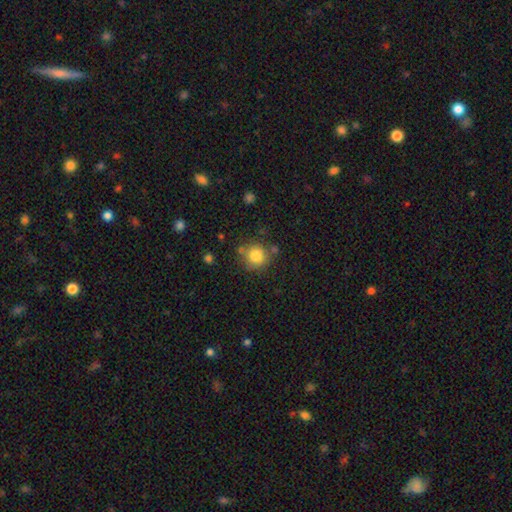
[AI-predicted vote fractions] This is clearly a smooth galaxy (81%). How rounded: clearly round (89%). Merging: likely none (73%).